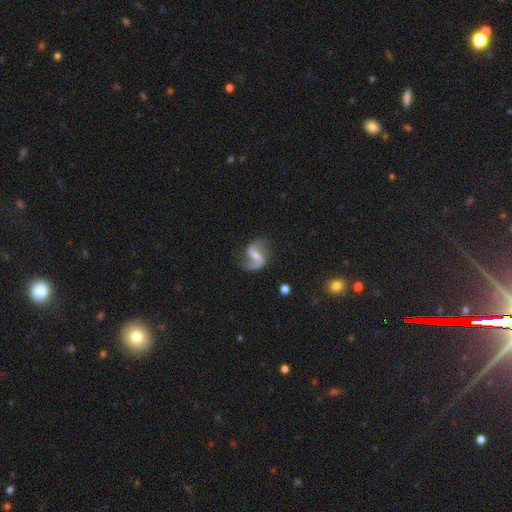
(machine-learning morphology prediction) Q: Smooth or featured?
A: featured or disk (84%); runner-up: smooth (10%)
Q: Edge-on disk?
A: no (98%); runner-up: yes (2%)
Q: Bar?
A: weak (48%); runner-up: strong (28%)
Q: Spiral arms?
A: yes (95%); runner-up: no (5%)
Q: Spiral winding?
A: loose (56%); runner-up: medium (36%)
Q: Spiral arm count?
A: 2 (89%); runner-up: 1 (6%)
Q: Bulge size?
A: moderate (45%); runner-up: small (44%)
Q: Merging?
A: none (72%); runner-up: minor disturbance (17%)